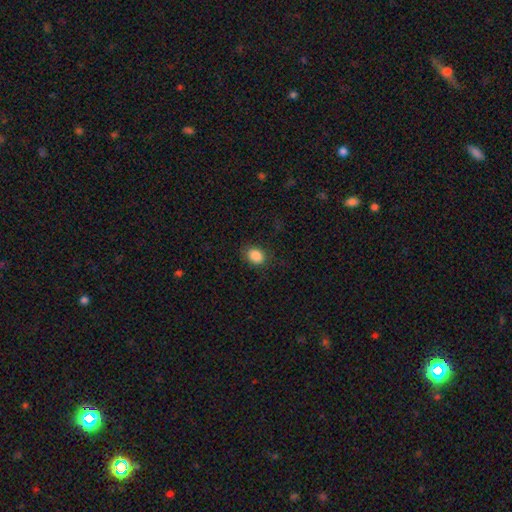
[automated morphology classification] smooth_or_featured: smooth (p=0.87) [alt: star or artifact p=0.09]
how_rounded: in between (p=0.55) [alt: round p=0.44]
merging: none (p=0.83) [alt: minor disturbance p=0.12]